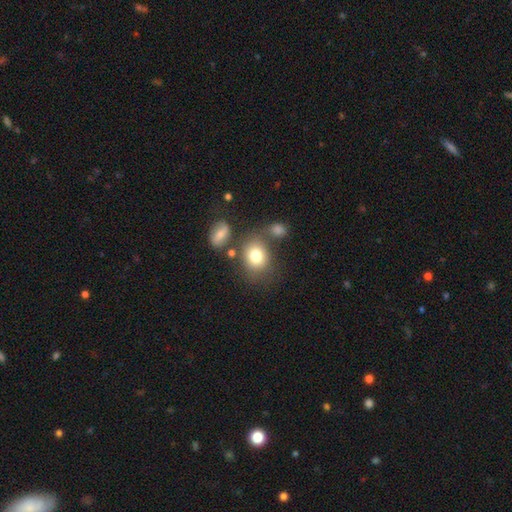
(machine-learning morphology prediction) Overall: smooth (78%). How rounded: round (56%; in between 43%). Merging: none (63%).